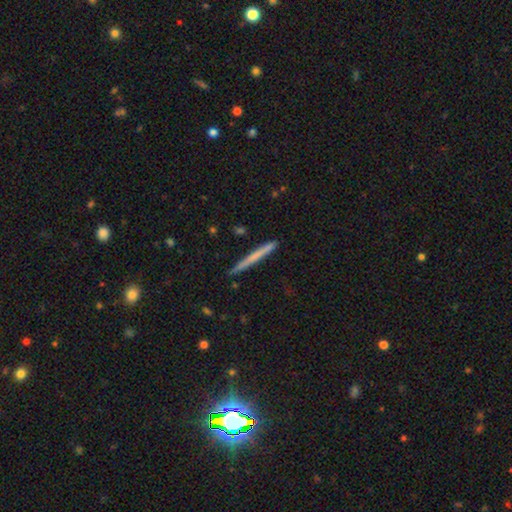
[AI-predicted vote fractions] Smooth or featured: smooth — 58% (featured or disk — 37%)
How rounded: cigar-shaped — 97% (in between — 2%)
Merging: none — 90% (minor disturbance — 7%)